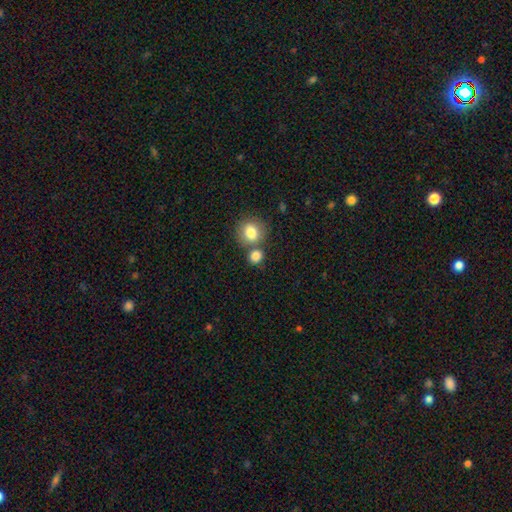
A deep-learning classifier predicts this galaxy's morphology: smooth_or_featured: smooth (p=0.83) [alt: star or artifact p=0.10]
how_rounded: round (p=0.78) [alt: in between p=0.21]
merging: none (p=0.56) [alt: merger p=0.31]